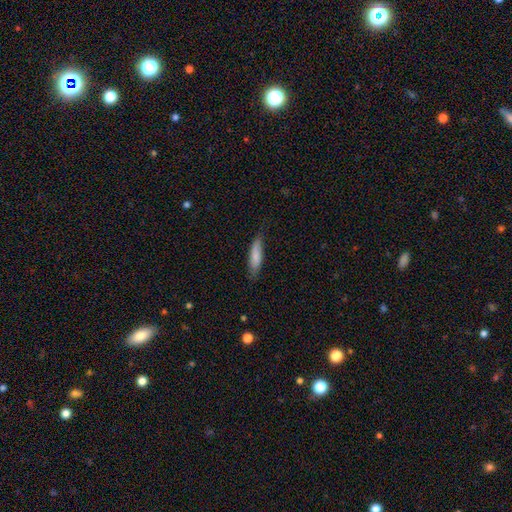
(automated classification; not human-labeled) A smooth galaxy with no disk features (81%) that is cigar-shaped (65%). Merging: none (74%).